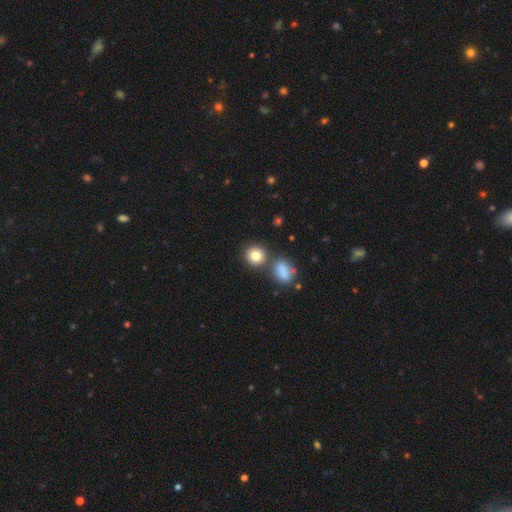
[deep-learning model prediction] smooth-or-featured: smooth: 82% | star or artifact: 10% | featured or disk: 8%
  how-rounded: round: 83% | in between: 16% | cigar-shaped: 1%
  merging: none: 71% | merger: 17% | minor disturbance: 9% | major disturbance: 3%